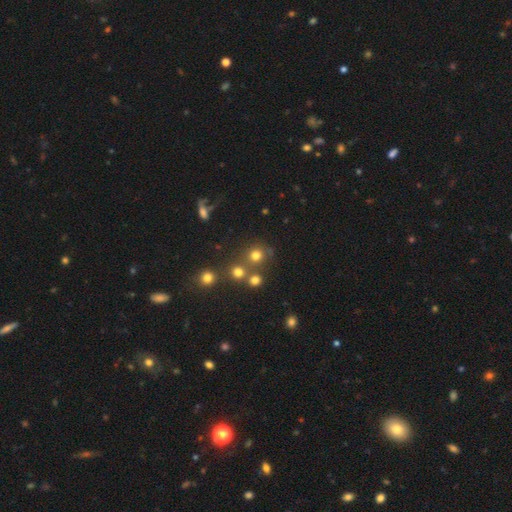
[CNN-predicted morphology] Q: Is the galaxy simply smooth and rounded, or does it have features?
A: smooth — 73%.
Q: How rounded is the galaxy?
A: round — 89%.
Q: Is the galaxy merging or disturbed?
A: none — 70%.